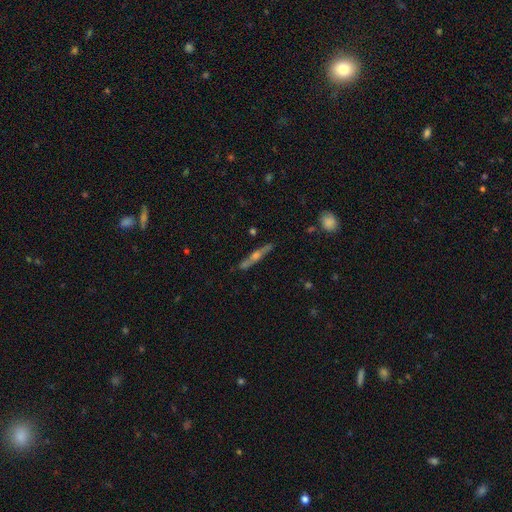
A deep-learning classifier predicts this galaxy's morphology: Smooth or featured? featured or disk (69%)
Edge-on disk? yes (94%)
Edge-on bulge? rounded (85%)
Merging? none (84%)